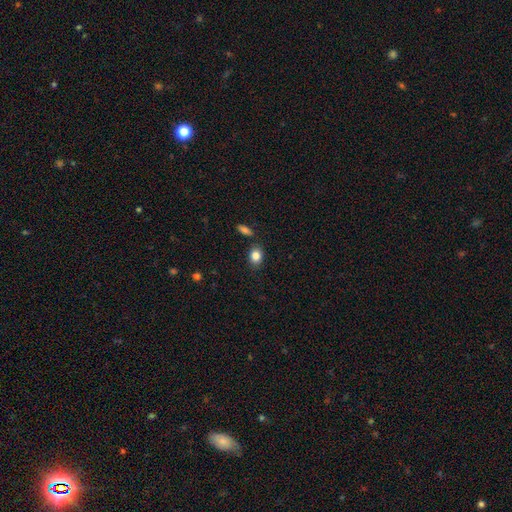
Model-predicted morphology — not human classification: The model was most divided on "how rounded": in between: 64%, round: 34%, cigar-shaped: 1%. More confident: smooth or featured — smooth (84%); merging — none (83%).